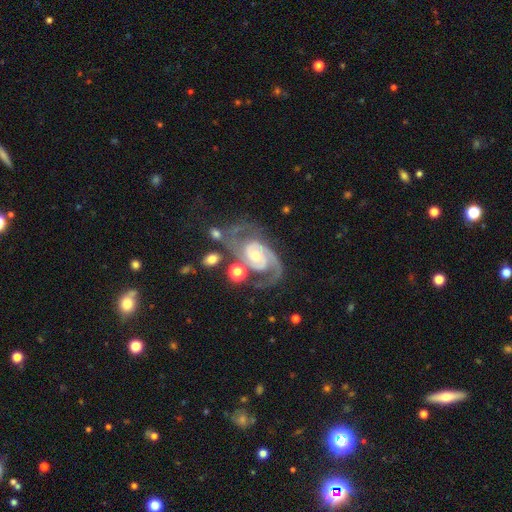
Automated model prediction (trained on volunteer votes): Smooth or featured? Predicted: featured or disk (p=0.91). Edge-on disk? Predicted: no (p=0.97). Bar? Predicted: no (p=0.63). Spiral arms? Predicted: yes (p=0.98). Spiral winding? Predicted: tight (p=0.46). Spiral arm count? Predicted: 2 (p=0.82). Bulge size? Predicted: moderate (p=0.50). Merging? Predicted: none (p=0.56).